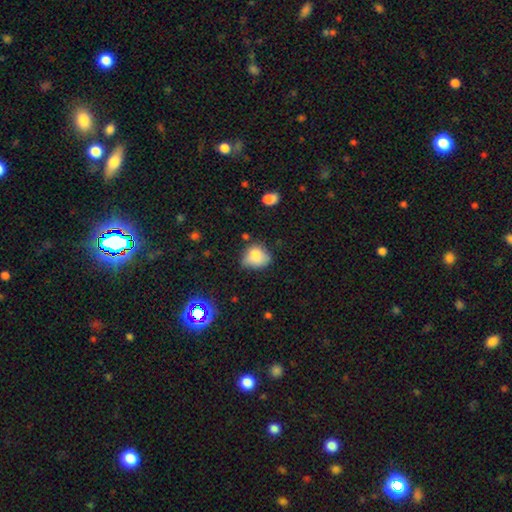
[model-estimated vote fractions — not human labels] Smooth or featured: smooth — 76% (featured or disk — 13%)
How rounded: in between — 50% (round — 49%)
Merging: none — 41% (minor disturbance — 39%)